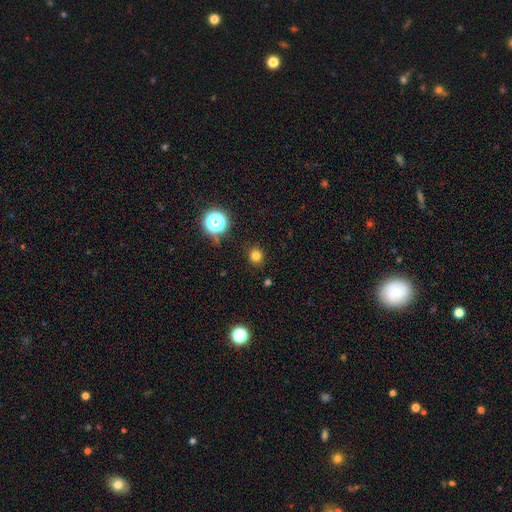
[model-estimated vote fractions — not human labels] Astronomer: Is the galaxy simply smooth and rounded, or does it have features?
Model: smooth — 79%.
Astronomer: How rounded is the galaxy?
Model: round — 89%.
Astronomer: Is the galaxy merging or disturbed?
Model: none — 89%.